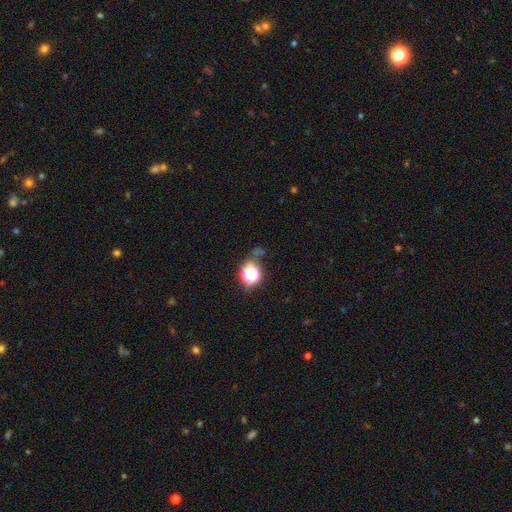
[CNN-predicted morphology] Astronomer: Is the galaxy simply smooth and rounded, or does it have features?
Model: star or artifact — 57% (runner-up: smooth, 35%).